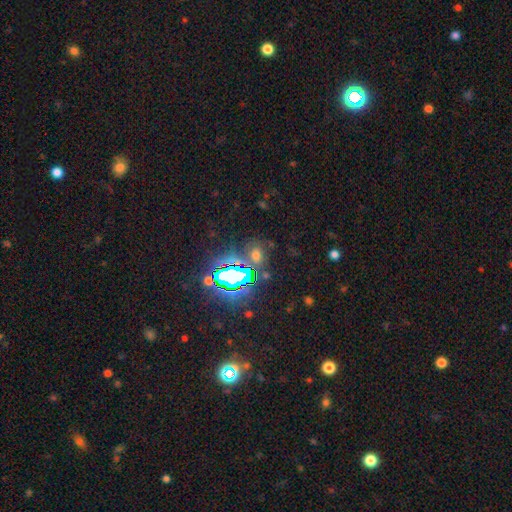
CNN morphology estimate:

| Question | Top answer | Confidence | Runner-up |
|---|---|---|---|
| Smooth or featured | star or artifact | 52% | smooth (37%) |